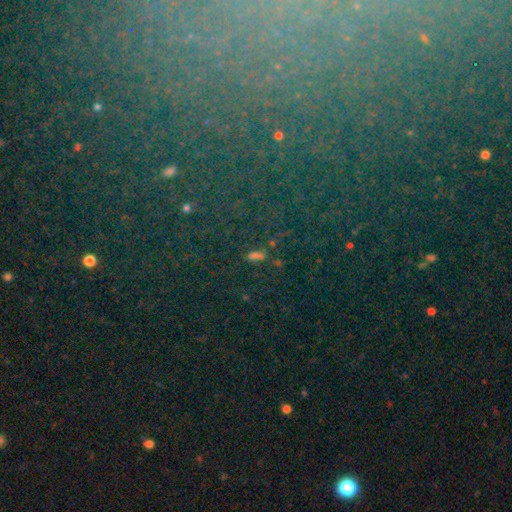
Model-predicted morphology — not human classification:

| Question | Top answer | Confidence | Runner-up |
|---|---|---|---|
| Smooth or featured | star or artifact | 75% | smooth (14%) |